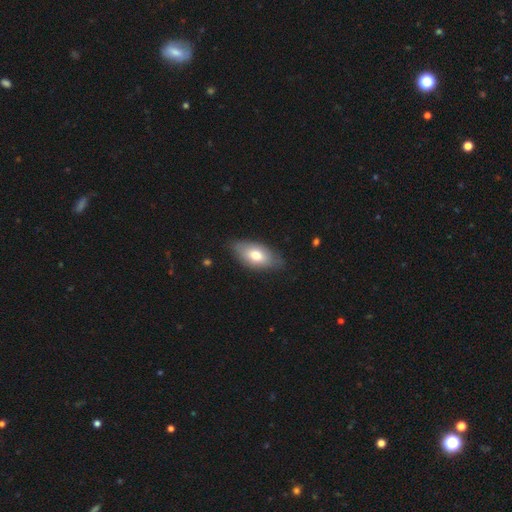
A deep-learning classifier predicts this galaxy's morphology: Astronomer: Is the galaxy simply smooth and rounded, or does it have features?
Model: smooth — 72%.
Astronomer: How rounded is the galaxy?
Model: in between — 91%.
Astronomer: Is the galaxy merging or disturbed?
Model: none — 79%.